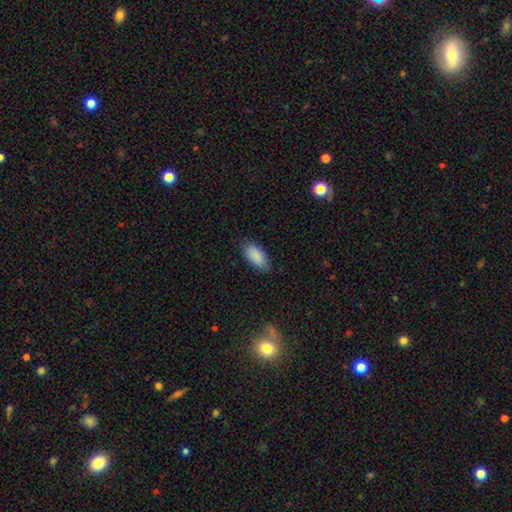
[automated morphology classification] Smooth or featured? Predicted: smooth (p=0.88). How rounded? Predicted: in between (p=0.90). Merging? Predicted: none (p=0.80).